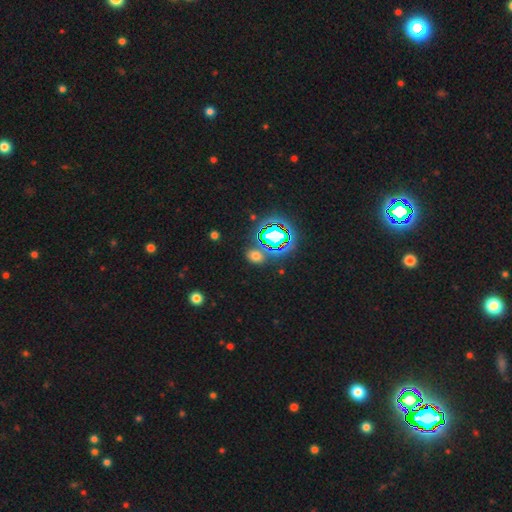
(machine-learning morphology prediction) smooth-or-featured: smooth: 53% | star or artifact: 39% | featured or disk: 8%
  how-rounded: in between: 51% | round: 47% | cigar-shaped: 2%
  merging: none: 78% | minor disturbance: 10% | merger: 7% | major disturbance: 4%